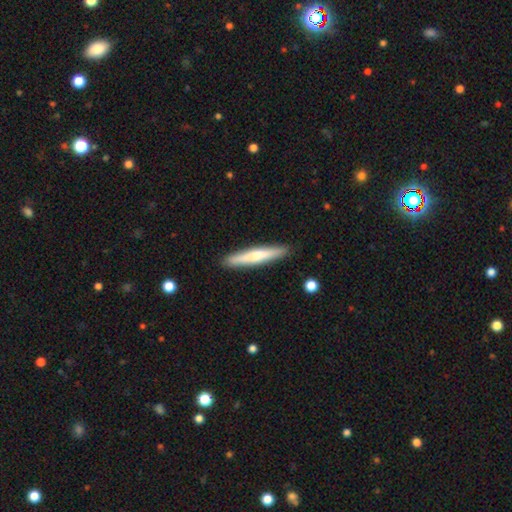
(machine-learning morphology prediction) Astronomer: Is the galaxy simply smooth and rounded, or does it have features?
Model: smooth — 56% (runner-up: featured or disk, 39%).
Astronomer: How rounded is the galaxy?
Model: cigar-shaped — 93%.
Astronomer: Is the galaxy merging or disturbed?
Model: none — 90%.